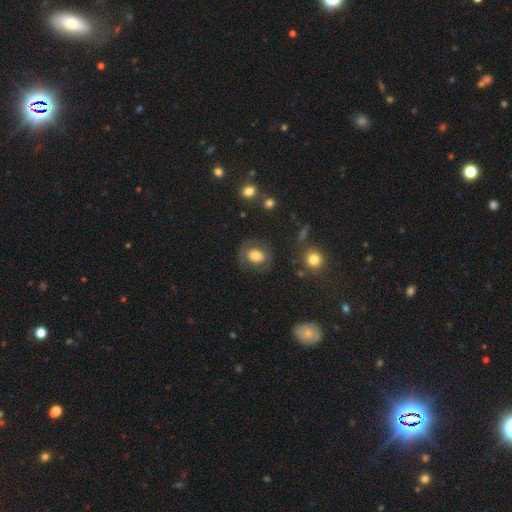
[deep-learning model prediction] Smooth or featured? Predicted: smooth (p=0.57). How rounded? Predicted: round (p=0.60). Merging? Predicted: none (p=0.73).